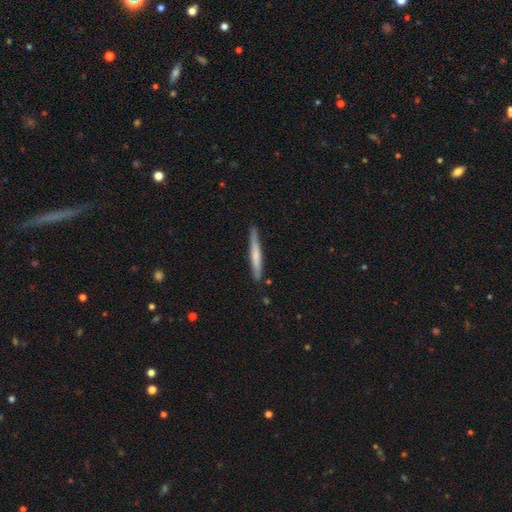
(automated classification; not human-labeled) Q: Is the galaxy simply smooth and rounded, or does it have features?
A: smooth — 57%.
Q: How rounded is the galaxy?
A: cigar-shaped — 96%.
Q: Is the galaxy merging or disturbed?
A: none — 86%.